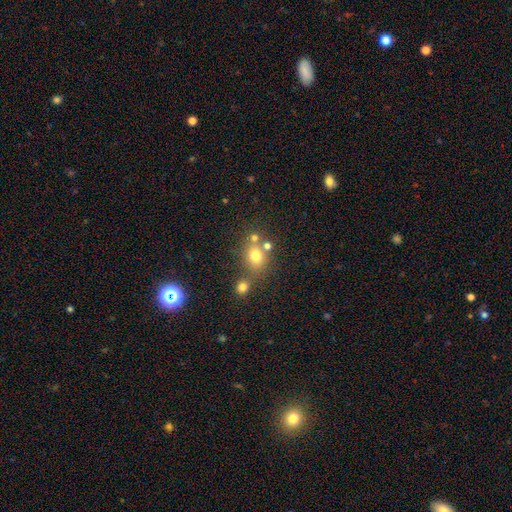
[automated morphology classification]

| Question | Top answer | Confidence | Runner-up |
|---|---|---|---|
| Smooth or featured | smooth | 73% | star or artifact (16%) |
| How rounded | round | 60% | in between (39%) |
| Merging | none | 58% | merger (25%) |